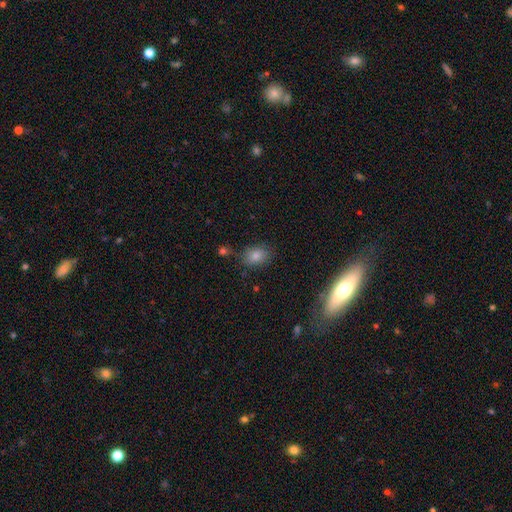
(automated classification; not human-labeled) A smooth galaxy with no disk features (82%) that is in between round and cigar-shaped (73%).

Vote fractions:
- Smooth or featured? smooth: 82% / star or artifact: 10% / featured or disk: 8%
- How rounded? in between: 73% / round: 26% / cigar-shaped: 1%
- Merging? none: 73% / minor disturbance: 17% / merger: 5% / major disturbance: 5%